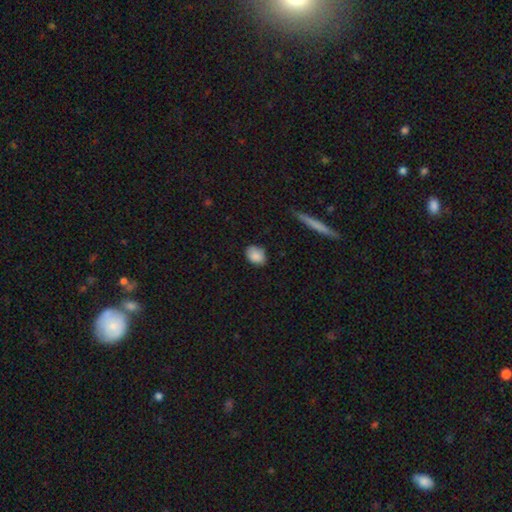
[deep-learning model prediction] Overall: smooth (87%). How rounded: in between (62%; round 36%). Merging: none (78%).